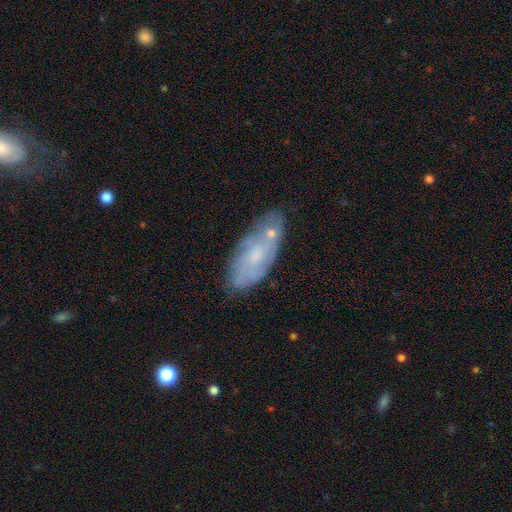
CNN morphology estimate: smooth_or_featured: featured or disk (p=0.53) [alt: smooth p=0.39]
disk_edge_on: no (p=0.88) [alt: yes p=0.12]
merging: none (p=0.61) [alt: minor disturbance p=0.21]